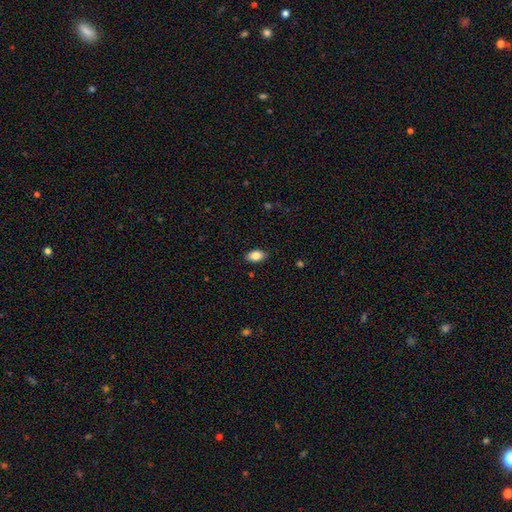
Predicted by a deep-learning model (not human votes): Smooth or featured: smooth — 84% (featured or disk — 8%)
How rounded: in between — 92% (round — 6%)
Merging: none — 88% (minor disturbance — 9%)